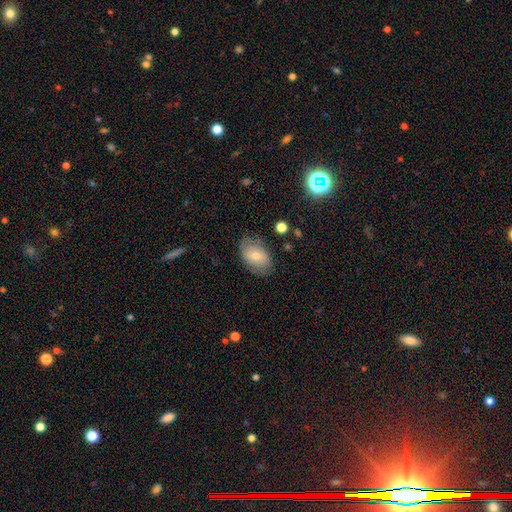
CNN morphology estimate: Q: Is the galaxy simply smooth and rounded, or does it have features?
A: smooth — 68%.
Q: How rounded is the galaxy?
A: in between — 87%.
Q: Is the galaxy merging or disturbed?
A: none — 75%.